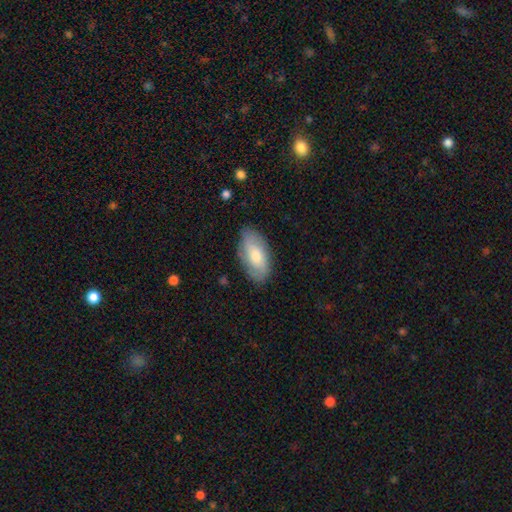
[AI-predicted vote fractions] smooth 61%, featured or disk 33%, star or artifact 6%. Down the decision tree: how rounded — in between (91%); merging — none (81%).